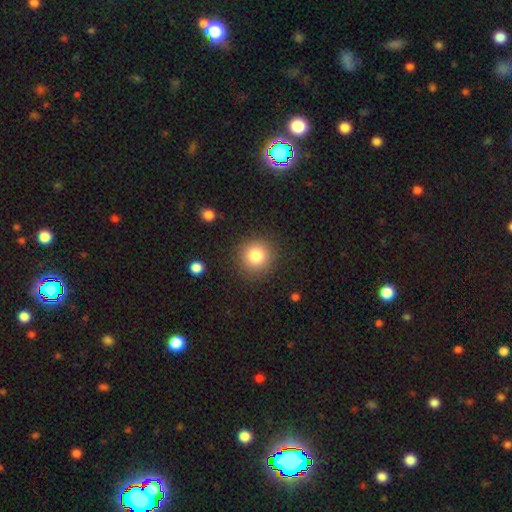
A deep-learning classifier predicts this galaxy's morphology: The model was most divided on "smooth or featured": smooth: 82%, star or artifact: 11%, featured or disk: 8%. More confident: how rounded — round (93%); merging — none (88%).